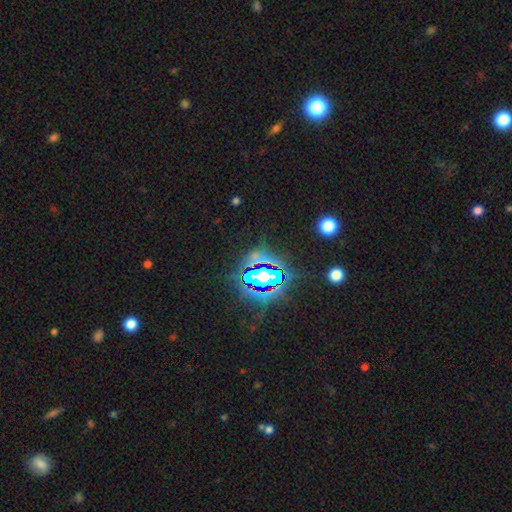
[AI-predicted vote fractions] The model was most divided on "smooth or featured": star or artifact: 74%, smooth: 14%, featured or disk: 12%.